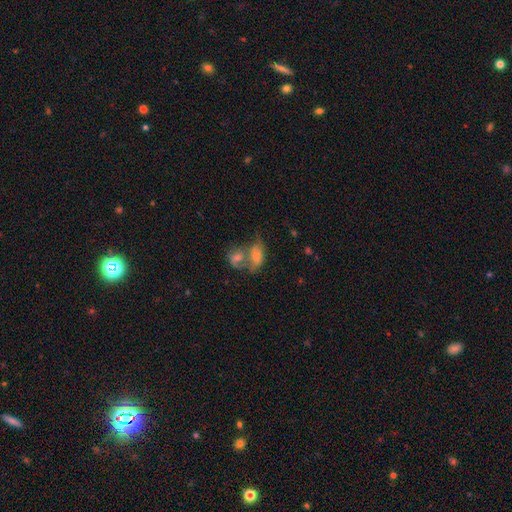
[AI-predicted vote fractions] Overall: smooth (56%; featured or disk 29%). How rounded: in between (81%). Merging: merger (58%; none 23%).